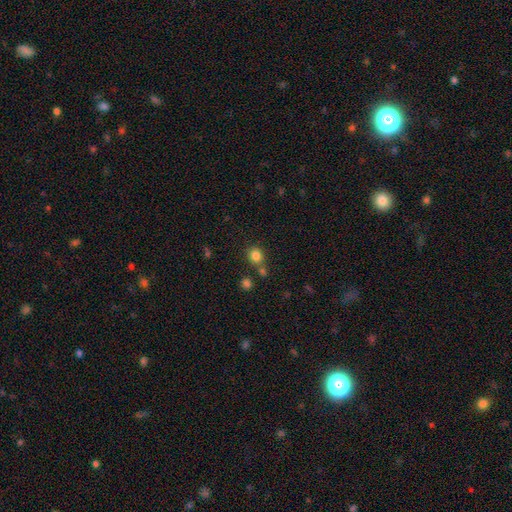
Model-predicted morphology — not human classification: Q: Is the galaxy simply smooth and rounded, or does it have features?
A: smooth — 82%.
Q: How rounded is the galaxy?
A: round — 77%.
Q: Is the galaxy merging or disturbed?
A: none — 69%.